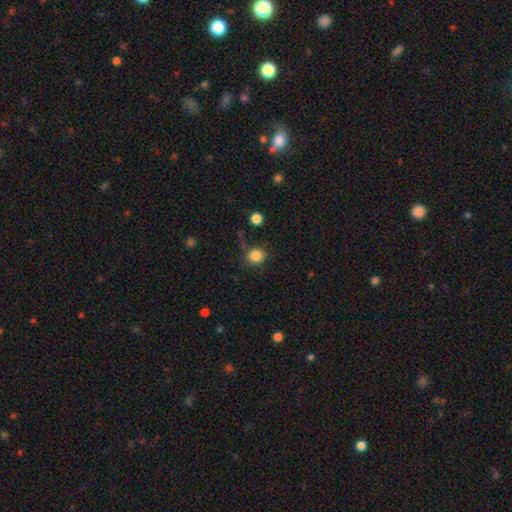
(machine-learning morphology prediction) Smooth or featured: smooth — 85% (star or artifact — 11%)
How rounded: round — 88% (in between — 11%)
Merging: none — 81% (minor disturbance — 12%)